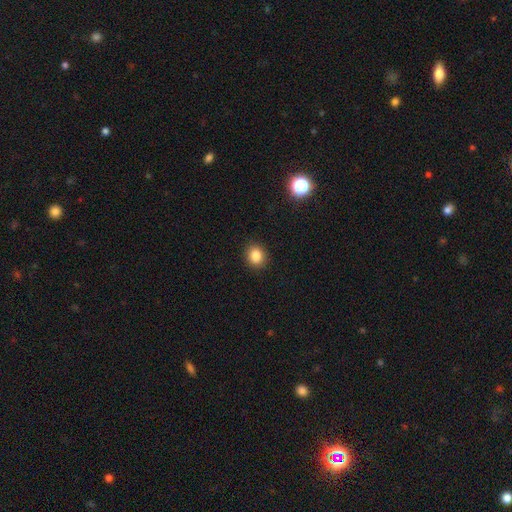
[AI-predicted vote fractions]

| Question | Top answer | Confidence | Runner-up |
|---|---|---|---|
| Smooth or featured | smooth | 85% | star or artifact (11%) |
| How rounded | round | 70% | in between (29%) |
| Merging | none | 90% | minor disturbance (7%) |